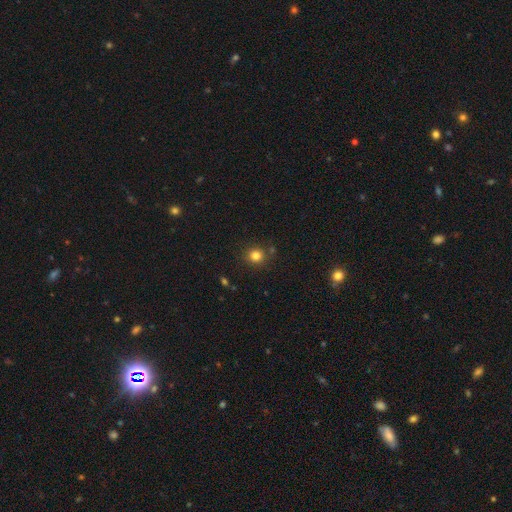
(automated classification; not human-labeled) Q: Smooth or featured?
A: smooth (81%); runner-up: star or artifact (13%)
Q: How rounded?
A: round (87%); runner-up: in between (12%)
Q: Merging?
A: none (84%); runner-up: minor disturbance (9%)